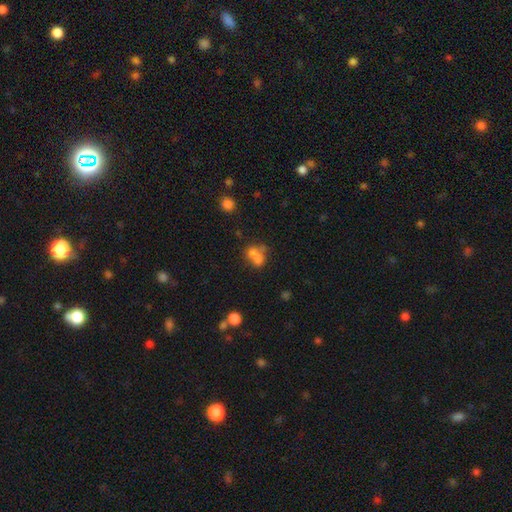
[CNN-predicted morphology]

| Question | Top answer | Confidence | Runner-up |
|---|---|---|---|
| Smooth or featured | smooth | 66% | featured or disk (19%) |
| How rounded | round | 55% | in between (43%) |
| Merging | merger | 60% | none (27%) |